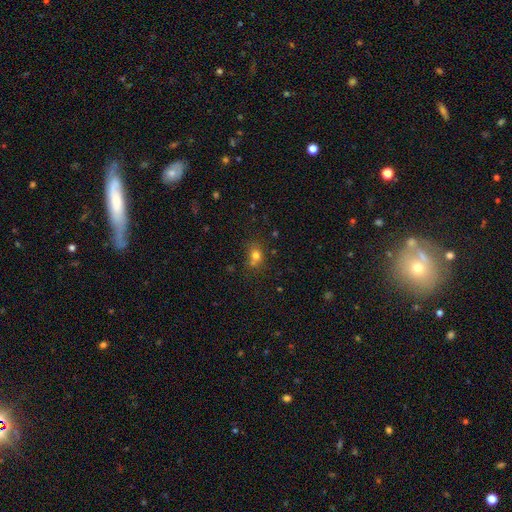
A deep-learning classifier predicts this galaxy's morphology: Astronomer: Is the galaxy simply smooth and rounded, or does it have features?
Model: smooth — 73%.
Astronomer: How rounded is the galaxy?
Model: round — 56% (runner-up: in between, 43%).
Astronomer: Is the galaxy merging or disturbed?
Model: none — 53%.